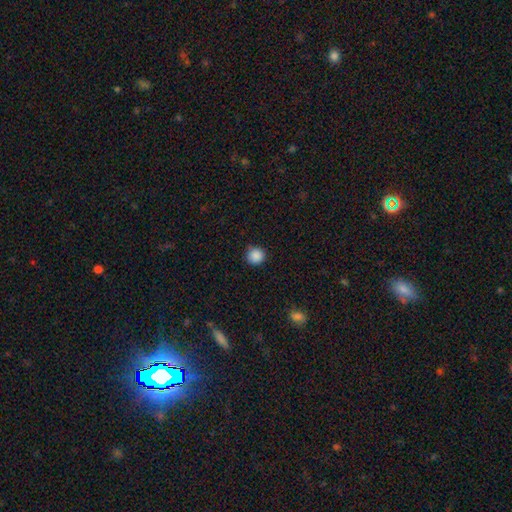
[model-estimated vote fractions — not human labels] A smooth galaxy with no disk features (88%) that is round (93%).

Vote fractions:
- Smooth or featured? smooth: 88% / star or artifact: 10% / featured or disk: 3%
- How rounded? round: 93% / in between: 6% / cigar-shaped: 1%
- Merging? none: 87% / minor disturbance: 9% / major disturbance: 2% / merger: 1%